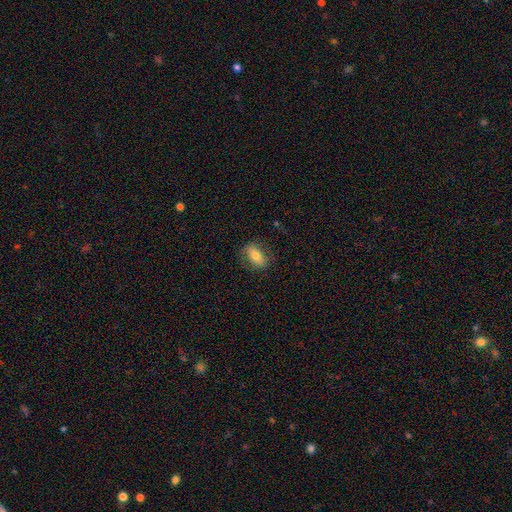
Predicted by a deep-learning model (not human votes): A smooth galaxy with no disk features (70%) that is in between round and cigar-shaped (83%).

Vote fractions:
- Smooth or featured? smooth: 70% / featured or disk: 22% / star or artifact: 8%
- How rounded? in between: 83% / round: 12% / cigar-shaped: 5%
- Merging? none: 78% / minor disturbance: 15% / major disturbance: 6% / merger: 1%